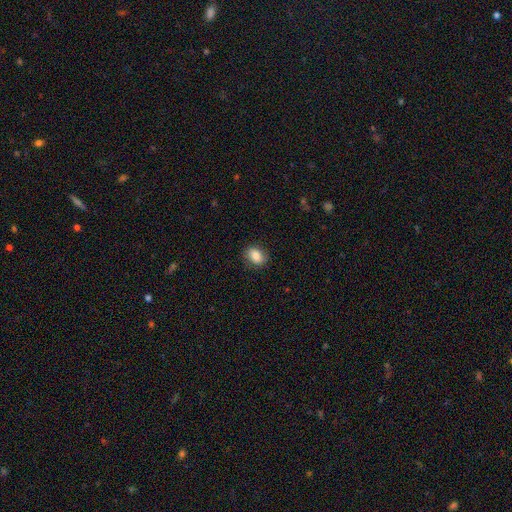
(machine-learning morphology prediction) The model was most divided on "how rounded": in between: 67%, round: 32%, cigar-shaped: 1%. More confident: smooth or featured — smooth (85%); merging — none (83%).